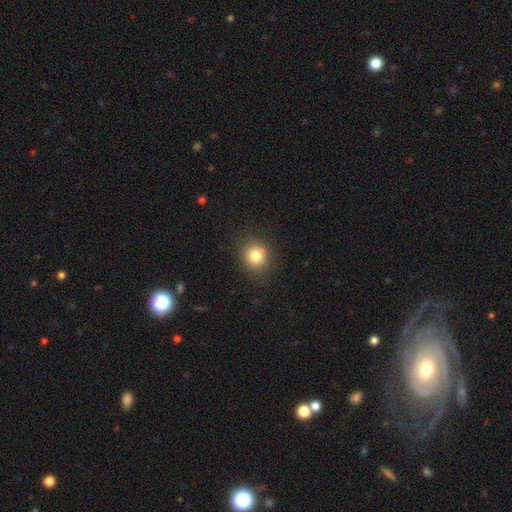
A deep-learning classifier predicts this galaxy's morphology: Overall: smooth (81%). How rounded: round (83%). Merging: none (86%).